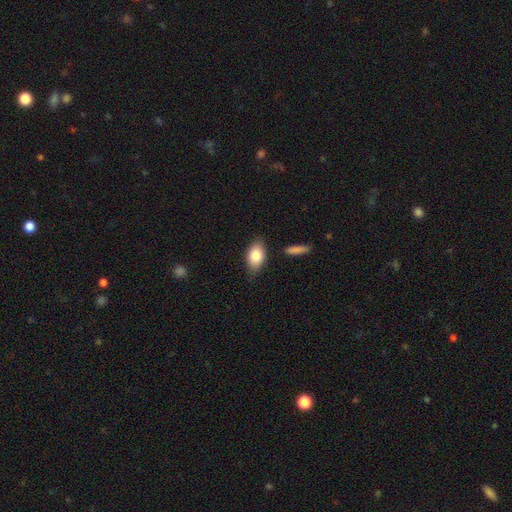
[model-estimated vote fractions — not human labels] Smooth or featured: smooth — 83% (featured or disk — 11%)
How rounded: in between — 89% (round — 9%)
Merging: none — 79% (minor disturbance — 15%)